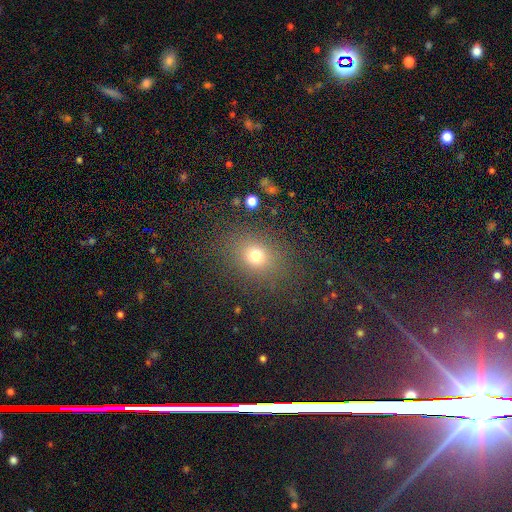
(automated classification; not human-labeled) Smooth or featured? Predicted: smooth (p=0.73). How rounded? Predicted: round (p=0.54). Merging? Predicted: none (p=0.83).